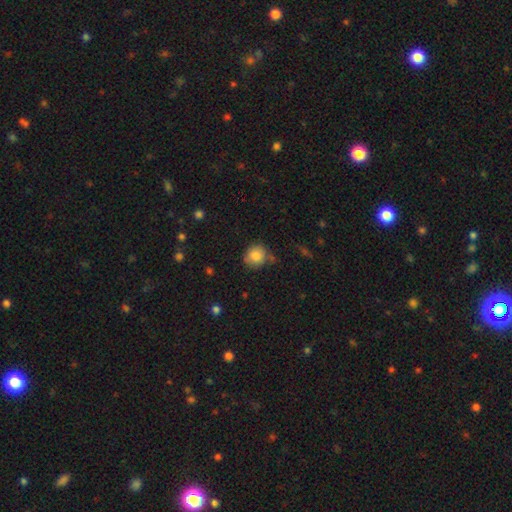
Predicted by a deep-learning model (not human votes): The model was most divided on "merging": none: 70%, minor disturbance: 19%, merger: 6%, major disturbance: 4%. More confident: how rounded — round (83%); smooth or featured — smooth (83%).